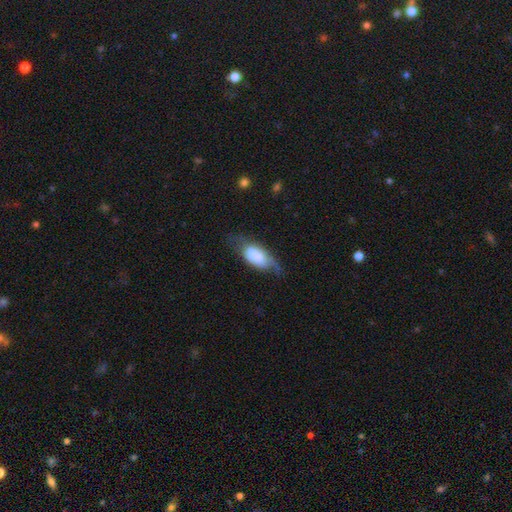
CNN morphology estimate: Smooth or featured? smooth (65%)
How rounded? in between (87%)
Merging? none (43%)